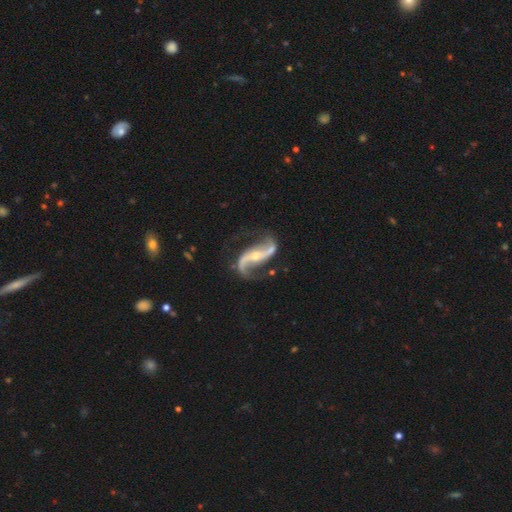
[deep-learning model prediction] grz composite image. It shows a featured or disk galaxy (93%) with a strong bar (39%), 2 (94%) loose (75%) spiral arms (98%) and a small central bulge (55%). Merging: none (75%).